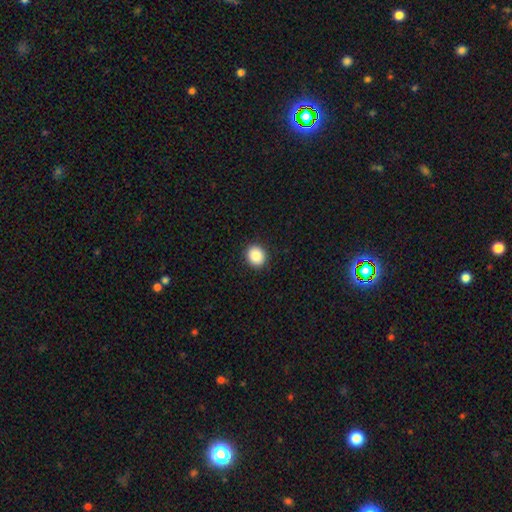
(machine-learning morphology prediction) A smooth galaxy with no disk features (88%) that is round (76%).

Vote fractions:
- Smooth or featured? smooth: 88% / star or artifact: 9% / featured or disk: 4%
- How rounded? round: 76% / in between: 23% / cigar-shaped: 1%
- Merging? none: 92% / minor disturbance: 6% / major disturbance: 2% / merger: 1%